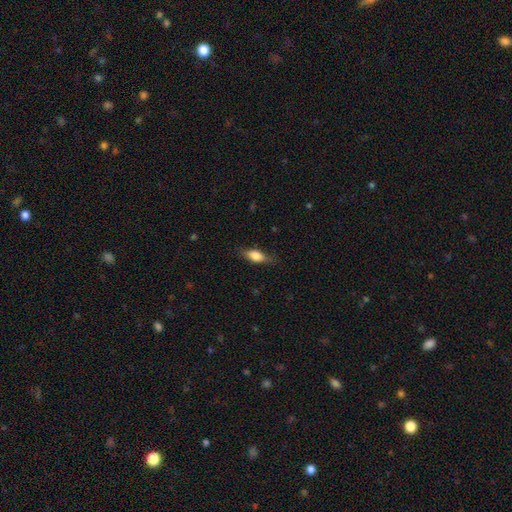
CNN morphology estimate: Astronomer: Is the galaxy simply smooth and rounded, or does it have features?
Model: smooth — 75%.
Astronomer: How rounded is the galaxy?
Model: in between — 76%.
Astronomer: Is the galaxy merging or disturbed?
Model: none — 76%.